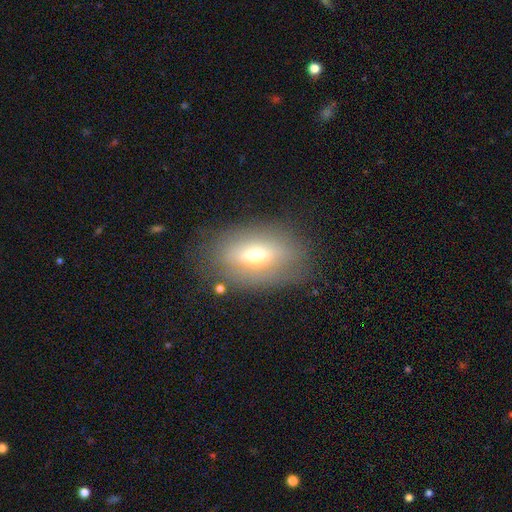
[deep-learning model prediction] Smooth or featured? smooth (58%)
How rounded? in between (84%)
Merging? none (77%)